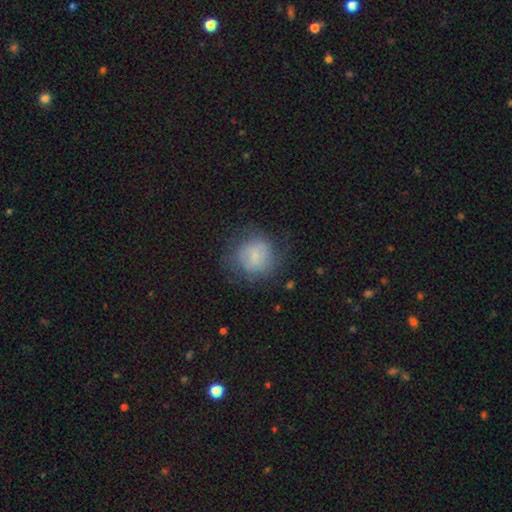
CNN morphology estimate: Q: Smooth or featured?
A: smooth (66%); runner-up: featured or disk (25%)
Q: How rounded?
A: round (86%); runner-up: in between (13%)
Q: Merging?
A: none (67%); runner-up: minor disturbance (19%)